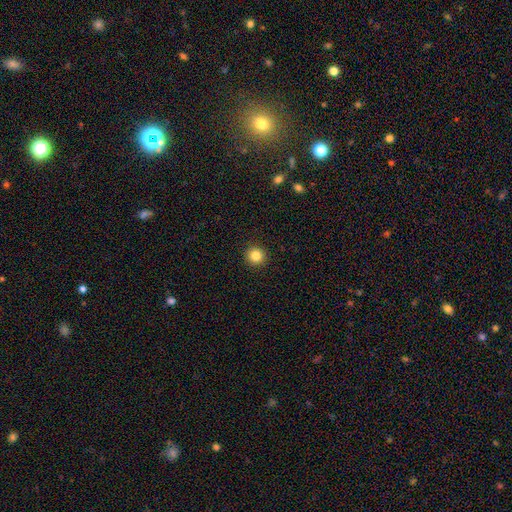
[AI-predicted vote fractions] This appears to be a smooth galaxy with no disk features (84%) that is round (95%). Merging: none (93%).